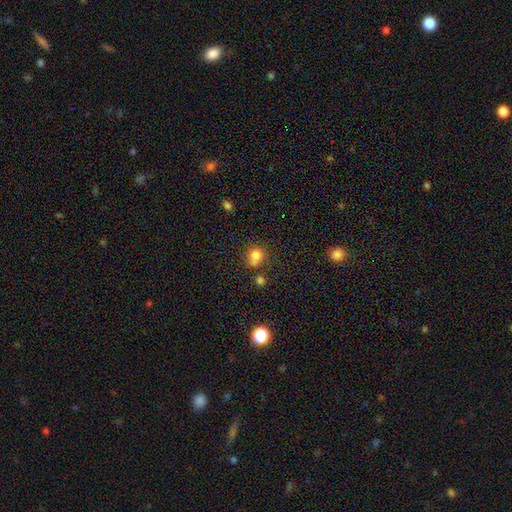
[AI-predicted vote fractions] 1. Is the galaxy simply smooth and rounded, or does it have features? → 77% smooth, 13% star or artifact, 9% featured or disk.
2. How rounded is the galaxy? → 64% round, 34% in between, 1% cigar-shaped.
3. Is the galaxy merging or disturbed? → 53% none, 22% minor disturbance, 16% merger, 9% major disturbance.